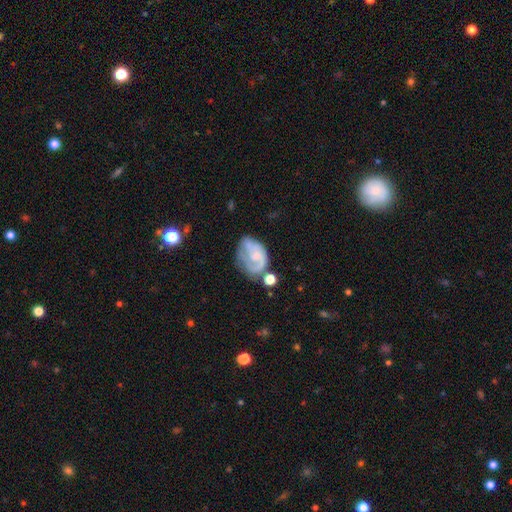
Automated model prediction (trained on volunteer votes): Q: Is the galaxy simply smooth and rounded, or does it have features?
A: featured or disk — 62%.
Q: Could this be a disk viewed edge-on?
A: no — 97%.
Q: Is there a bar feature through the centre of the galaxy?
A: no — 71%.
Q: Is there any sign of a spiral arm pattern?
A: yes — 71%.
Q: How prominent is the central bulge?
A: small — 48%.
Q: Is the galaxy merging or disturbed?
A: none — 38%.